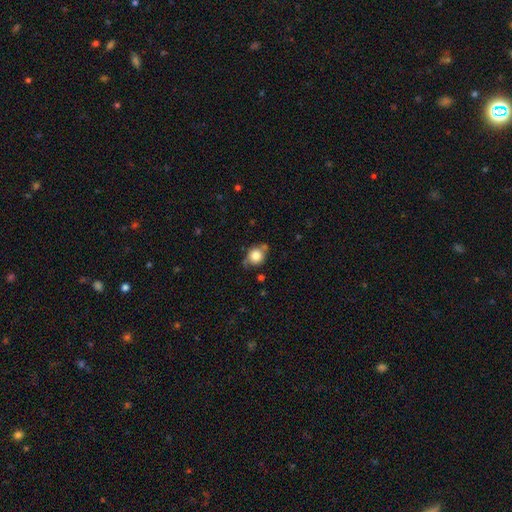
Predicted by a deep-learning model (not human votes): A smooth galaxy with no disk features (79%) that is round (79%). Merging: none (64%).